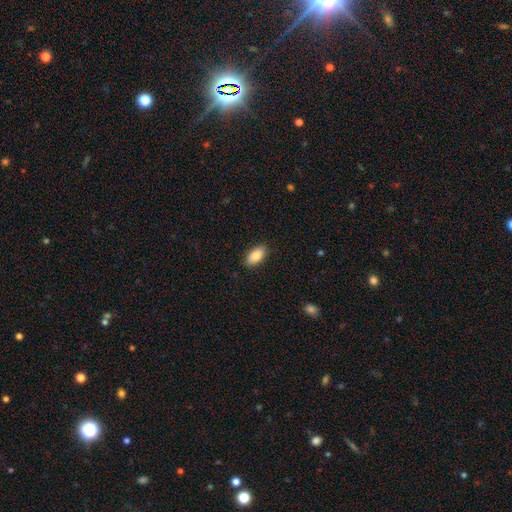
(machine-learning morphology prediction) The model was most divided on "smooth or featured": smooth: 86%, featured or disk: 8%, star or artifact: 7%. More confident: how rounded — in between (92%); merging — none (88%).